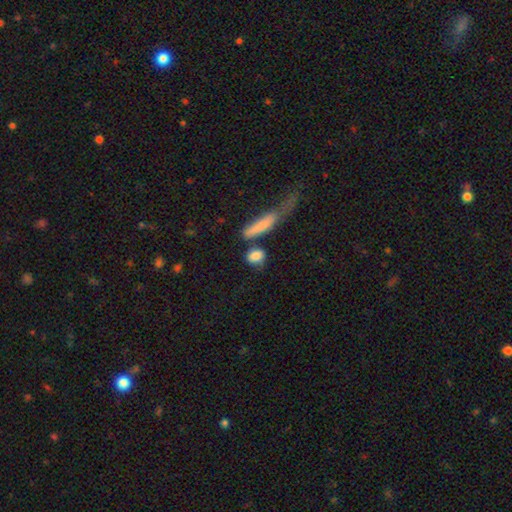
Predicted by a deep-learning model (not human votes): Smooth or featured? Predicted: smooth (p=0.81). How rounded? Predicted: in between (p=0.42, tied with round). Merging? Predicted: none (p=0.56).